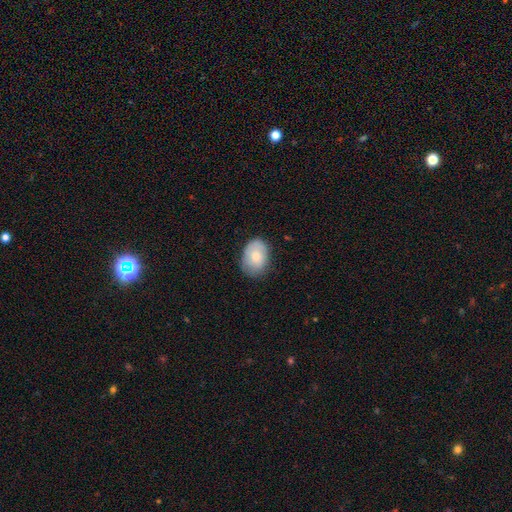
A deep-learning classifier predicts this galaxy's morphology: Smooth or featured: smooth — 76% (featured or disk — 17%)
How rounded: in between — 76% (round — 23%)
Merging: none — 75% (minor disturbance — 20%)